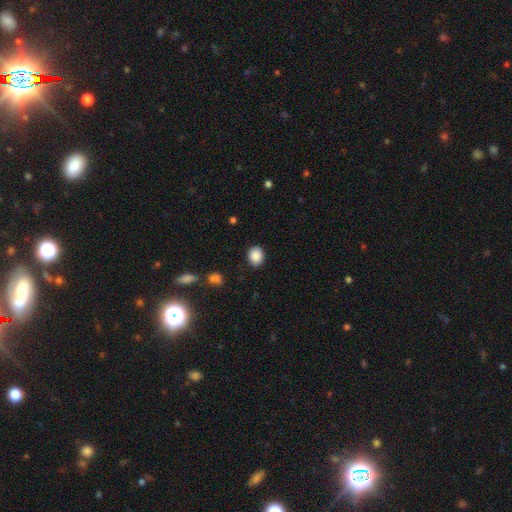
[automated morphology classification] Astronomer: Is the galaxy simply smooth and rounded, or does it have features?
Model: smooth — 88%.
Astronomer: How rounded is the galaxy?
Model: round — 63%.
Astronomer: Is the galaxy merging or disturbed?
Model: none — 89%.